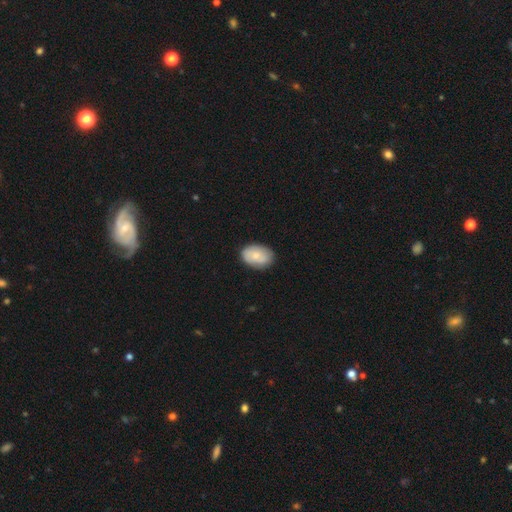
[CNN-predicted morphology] type=smooth (73%); roundness=in between (83%); merging=none (82%).